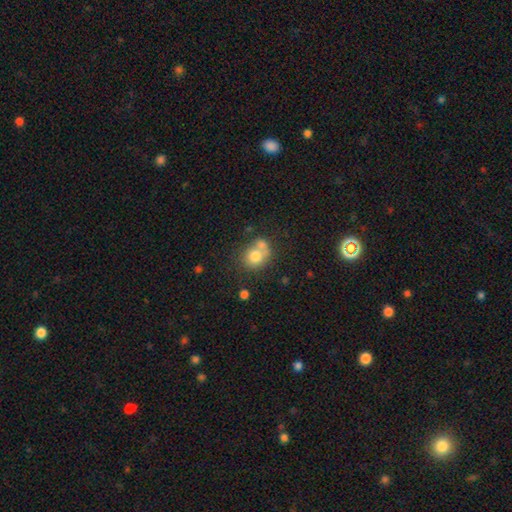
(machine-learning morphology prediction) This appears to be a smooth galaxy with no disk features (72%) that is round (69%). Merging: merger (40%, tied with none).